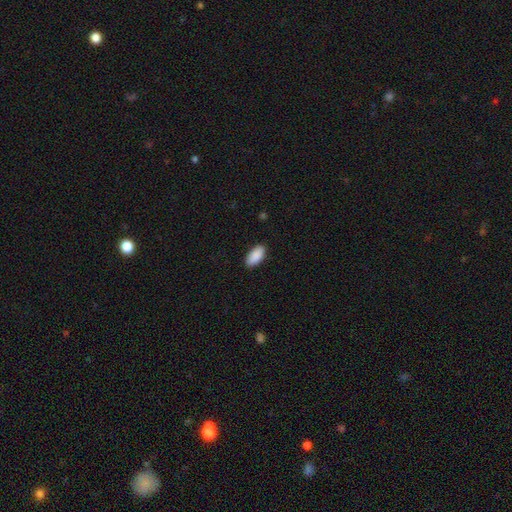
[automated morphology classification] Smooth or featured?
  - smooth: 91% *
  - star or artifact: 6%
  - featured or disk: 3%
How rounded?
  - in between: 93% *
  - cigar-shaped: 5%
  - round: 2%
Merging?
  - none: 88% *
  - minor disturbance: 9%
  - major disturbance: 2%
  - merger: 1%